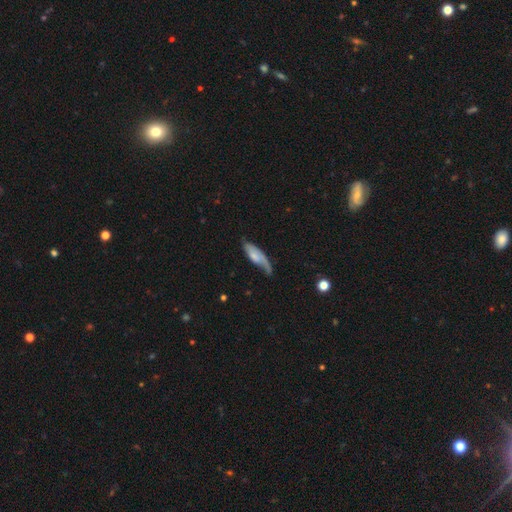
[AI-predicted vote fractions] Smooth or featured? Predicted: smooth (p=0.48). Merging? Predicted: none (p=0.40).